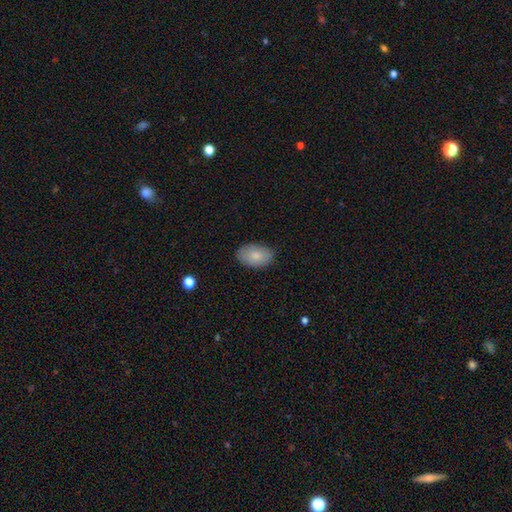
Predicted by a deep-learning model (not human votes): A smooth galaxy with no disk features (82%) that is in between round and cigar-shaped (91%). Merging: none (84%).